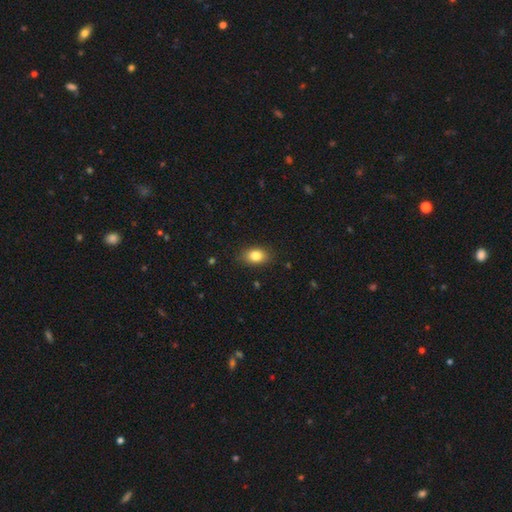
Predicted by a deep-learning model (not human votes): Morphology: type=smooth (83%); roundness=in between (80%); merging=none (86%).